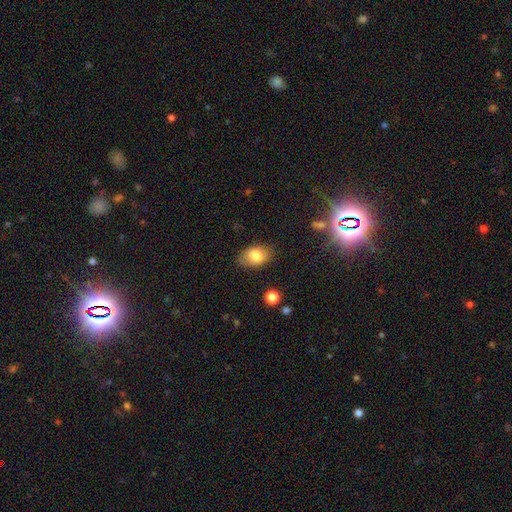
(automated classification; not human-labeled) Q: Smooth or featured?
A: smooth (81%); runner-up: featured or disk (10%)
Q: How rounded?
A: in between (83%); runner-up: round (16%)
Q: Merging?
A: none (78%); runner-up: minor disturbance (17%)